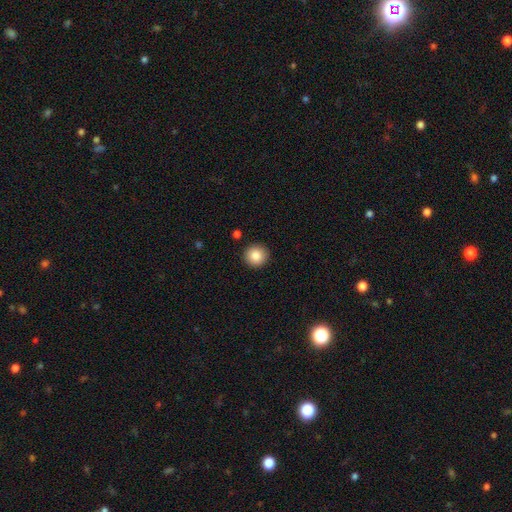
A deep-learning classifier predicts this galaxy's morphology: The model was most divided on "smooth or featured": smooth: 86%, star or artifact: 9%, featured or disk: 5%. More confident: how rounded — round (95%); merging — none (92%).